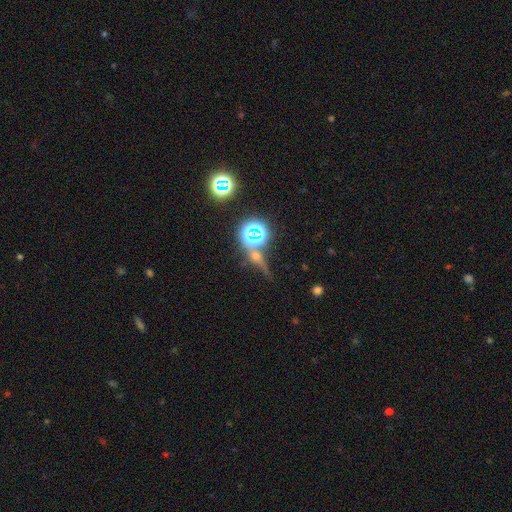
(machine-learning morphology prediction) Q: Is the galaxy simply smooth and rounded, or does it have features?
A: star or artifact — 50%.